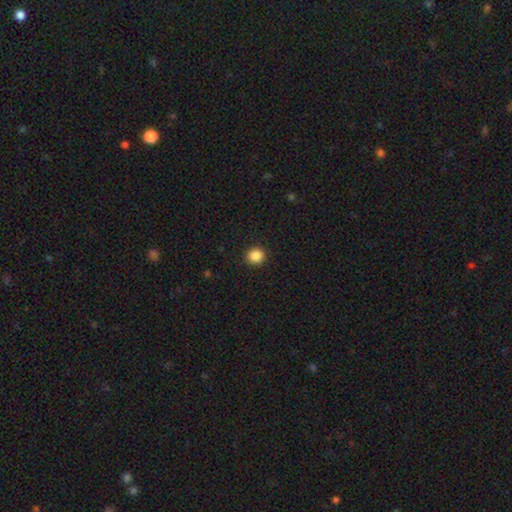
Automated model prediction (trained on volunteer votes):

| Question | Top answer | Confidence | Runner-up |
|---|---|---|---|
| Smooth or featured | smooth | 87% | star or artifact (10%) |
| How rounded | round | 87% | in between (12%) |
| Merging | none | 92% | minor disturbance (5%) |